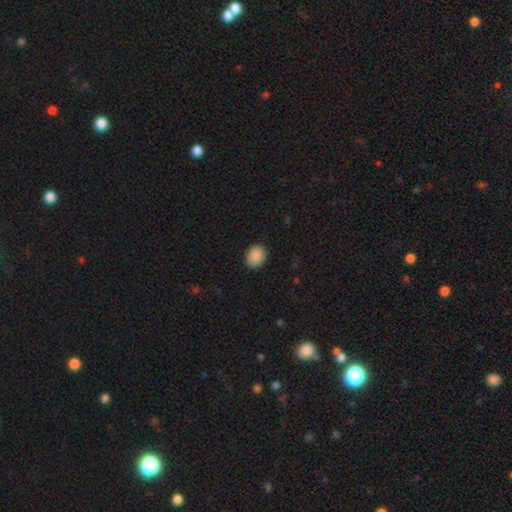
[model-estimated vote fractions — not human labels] The model was most divided on "how rounded": round: 50%, in between: 49%, cigar-shaped: 1%. More confident: smooth or featured — smooth (89%); merging — none (89%).